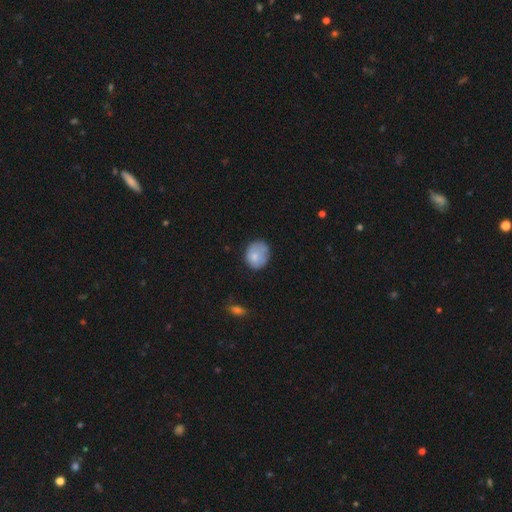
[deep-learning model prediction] smooth_or_featured: smooth (p=0.76) [alt: featured or disk p=0.16]
how_rounded: round (p=0.64) [alt: in between p=0.35]
merging: none (p=0.61) [alt: minor disturbance p=0.28]